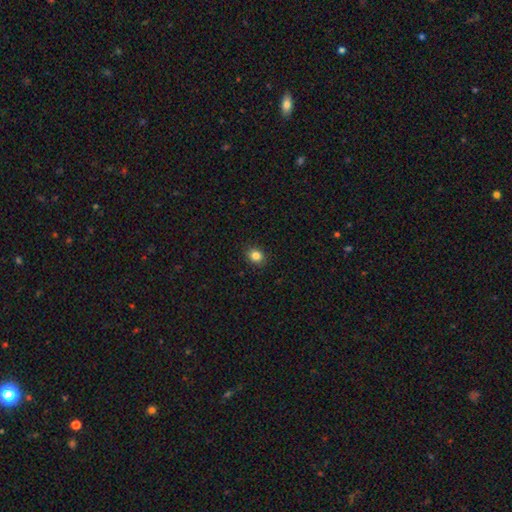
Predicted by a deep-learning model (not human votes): This is clearly a smooth galaxy (84%). How rounded: likely round (63%). Merging: clearly none (90%).